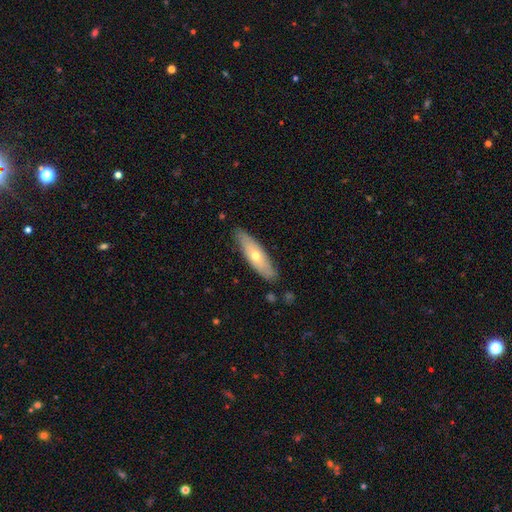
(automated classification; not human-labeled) This is possibly a smooth galaxy (53%). How rounded: likely cigar-shaped (63%). Merging: clearly none (83%).